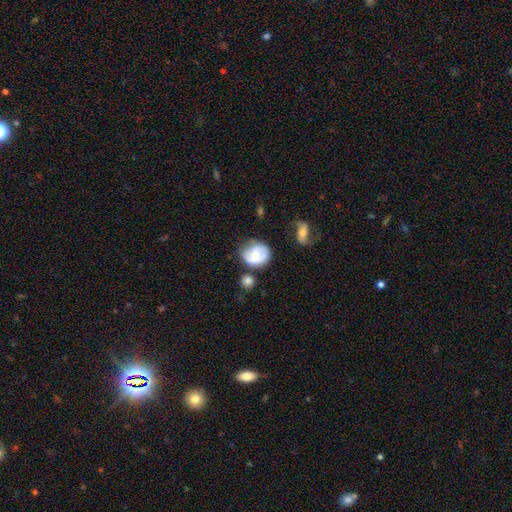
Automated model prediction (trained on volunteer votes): This is possibly a smooth galaxy (52%). How rounded: likely round (64%). Merging: possibly none (51%).